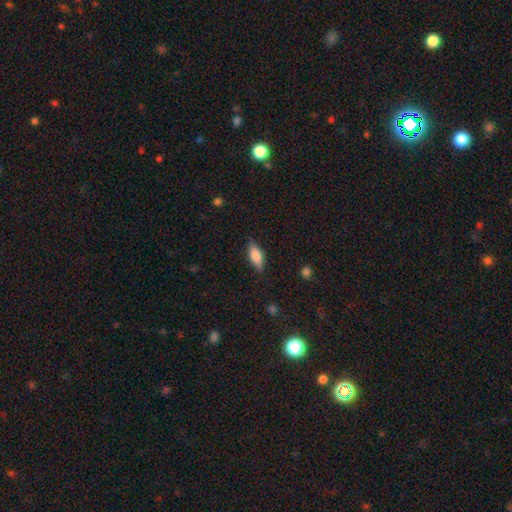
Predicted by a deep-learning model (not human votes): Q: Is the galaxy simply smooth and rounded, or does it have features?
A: smooth — 70%.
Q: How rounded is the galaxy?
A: in between — 70%.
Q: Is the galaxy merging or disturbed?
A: none — 82%.